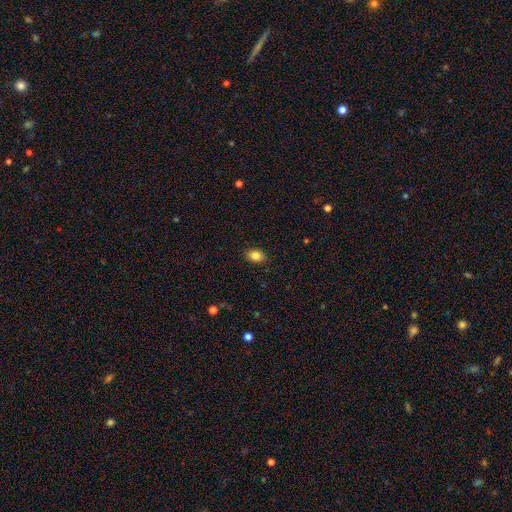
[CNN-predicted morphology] smooth_or_featured: smooth (p=0.85) [alt: star or artifact p=0.10]
how_rounded: in between (p=0.76) [alt: round p=0.23]
merging: none (p=0.88) [alt: minor disturbance p=0.09]